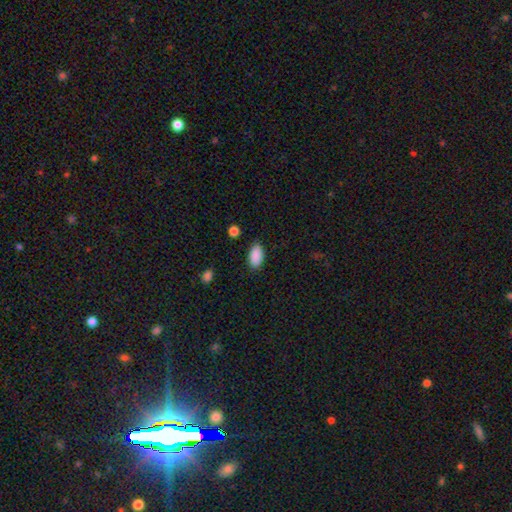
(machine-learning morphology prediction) Smooth or featured? Predicted: smooth (p=0.90). How rounded? Predicted: in between (p=0.94). Merging? Predicted: none (p=0.86).